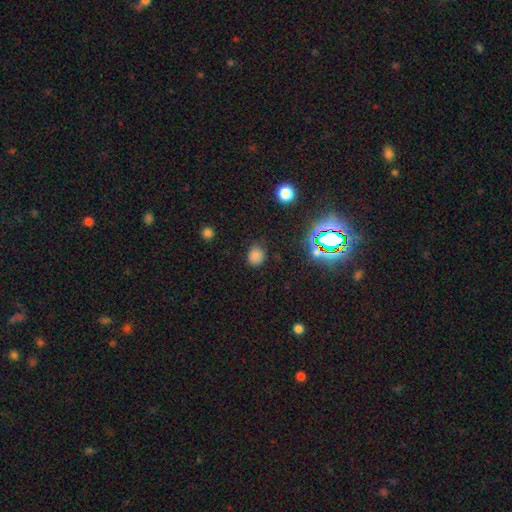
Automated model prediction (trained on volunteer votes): This is likely a smooth galaxy (75%). How rounded: likely round (61%). Merging: clearly none (81%).